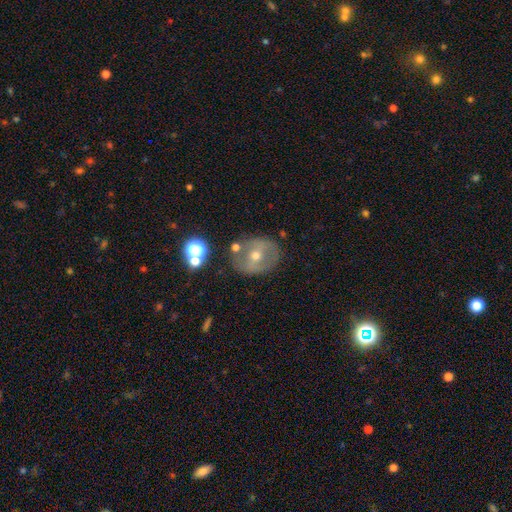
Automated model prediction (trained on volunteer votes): Smooth or featured? Predicted: featured or disk (p=0.58). Edge-on disk? Predicted: no (p=0.93). Bar? Predicted: no (p=0.38). Spiral arms? Predicted: no (p=0.67). Bulge size? Predicted: moderate (p=0.55). Merging? Predicted: none (p=0.74).